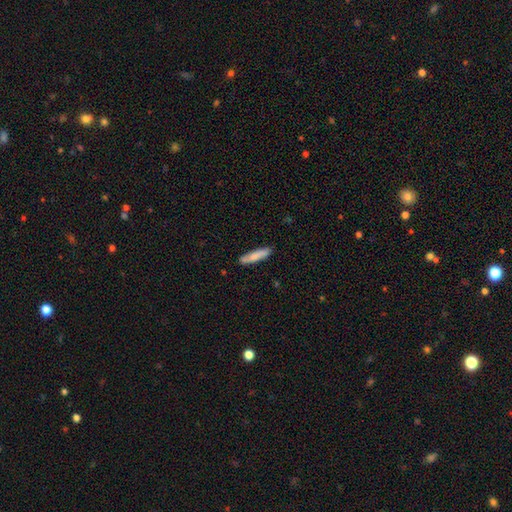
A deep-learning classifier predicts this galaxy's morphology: Smooth or featured: smooth — 80% (featured or disk — 15%)
How rounded: cigar-shaped — 81% (in between — 17%)
Merging: none — 86% (minor disturbance — 11%)